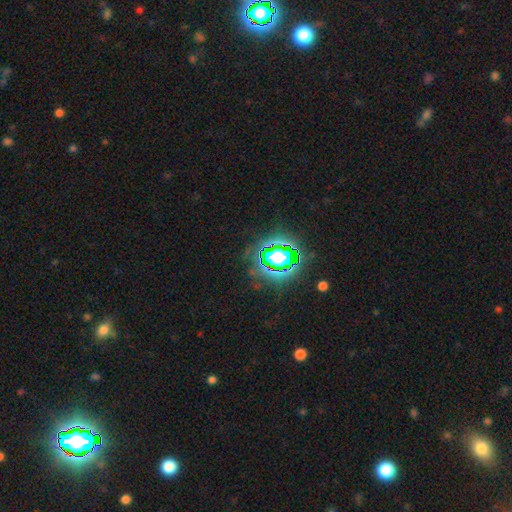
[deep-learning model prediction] The model was most divided on "smooth or featured": star or artifact: 81%, smooth: 12%, featured or disk: 7%.